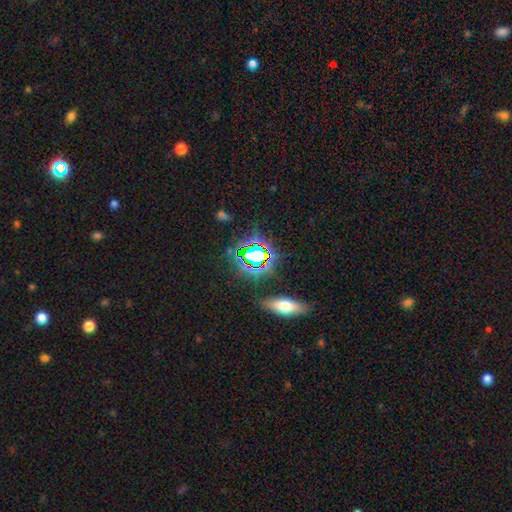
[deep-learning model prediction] Overall: star or artifact (69%).